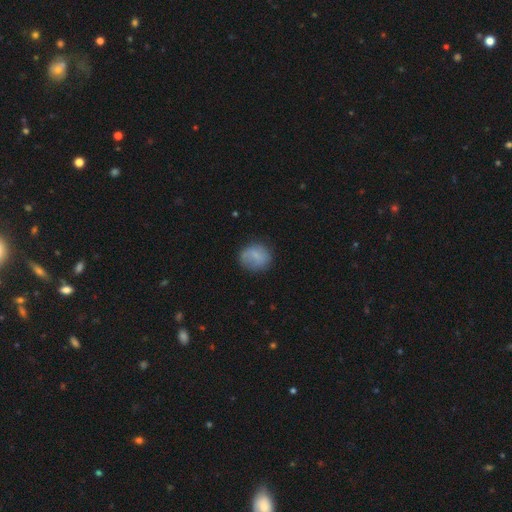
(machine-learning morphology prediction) Q: Smooth or featured?
A: smooth (76%); runner-up: featured or disk (15%)
Q: How rounded?
A: round (74%); runner-up: in between (25%)
Q: Merging?
A: none (71%); runner-up: minor disturbance (20%)